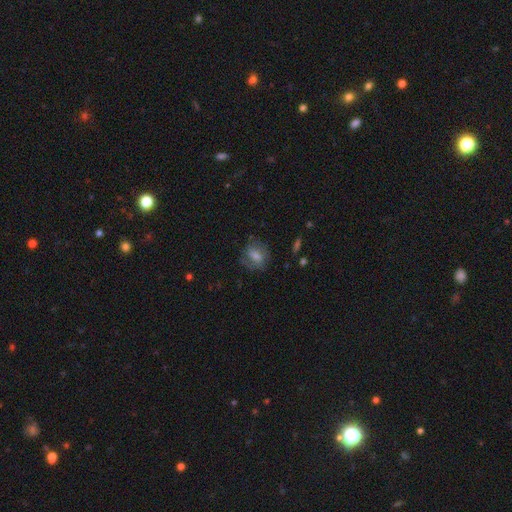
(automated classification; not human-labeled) The model was most divided on "how rounded": round: 55%, in between: 42%, cigar-shaped: 3%. More confident: merging — none (72%); smooth or featured — smooth (52%).